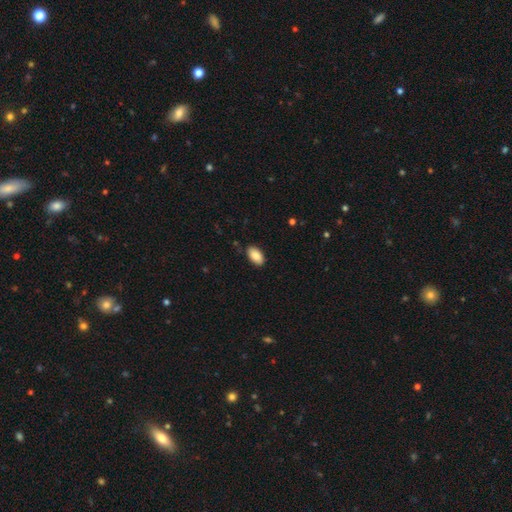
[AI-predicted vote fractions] smooth-or-featured: smooth: 87% | star or artifact: 7% | featured or disk: 6%
  how-rounded: in between: 95% | round: 3% | cigar-shaped: 2%
  merging: none: 85% | minor disturbance: 12% | major disturbance: 2% | merger: 1%